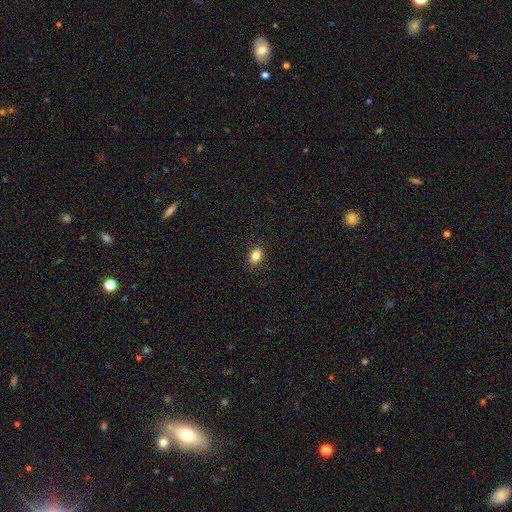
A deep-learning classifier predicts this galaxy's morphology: smooth-or-featured: smooth: 84% | star or artifact: 10% | featured or disk: 6%
  how-rounded: in between: 79% | round: 19% | cigar-shaped: 2%
  merging: none: 90% | minor disturbance: 7% | major disturbance: 2% | merger: 1%